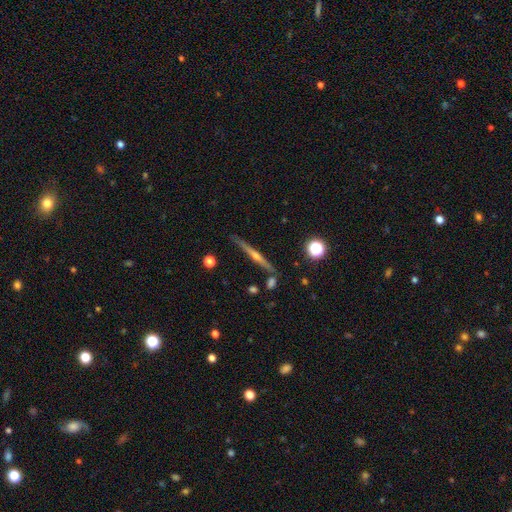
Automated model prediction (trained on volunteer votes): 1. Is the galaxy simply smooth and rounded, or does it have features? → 75% featured or disk, 18% smooth, 7% star or artifact.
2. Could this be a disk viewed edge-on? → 98% yes, 2% no.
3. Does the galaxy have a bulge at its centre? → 83% rounded, 13% none, 5% boxy.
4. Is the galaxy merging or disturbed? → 86% none, 9% minor disturbance, 3% merger, 2% major disturbance.